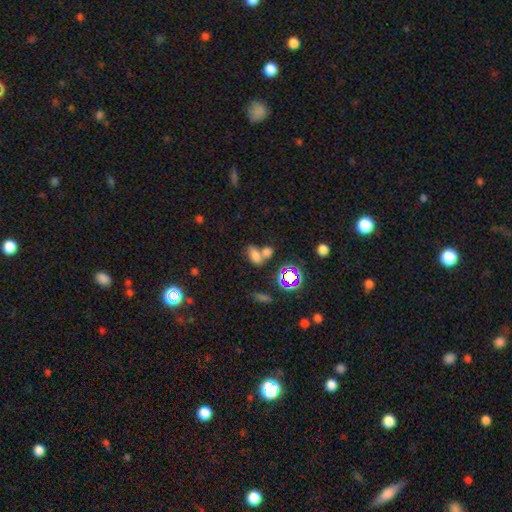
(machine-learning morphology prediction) This is likely a smooth galaxy (68%). How rounded: clearly in between (83%). Merging: possibly merger (48%).